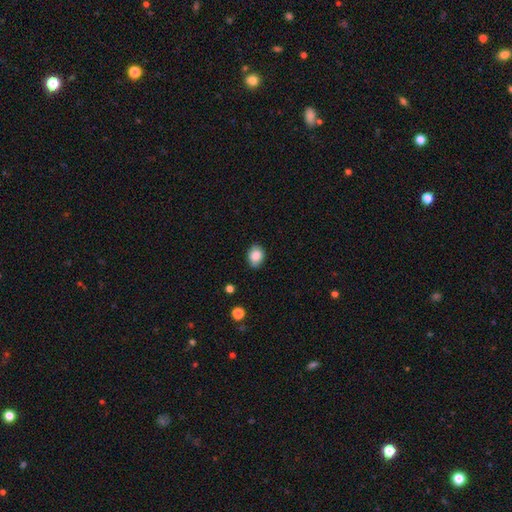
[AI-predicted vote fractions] smooth 85%, star or artifact 8%, featured or disk 7%. Down the decision tree: how rounded — in between (60%); merging — none (81%).